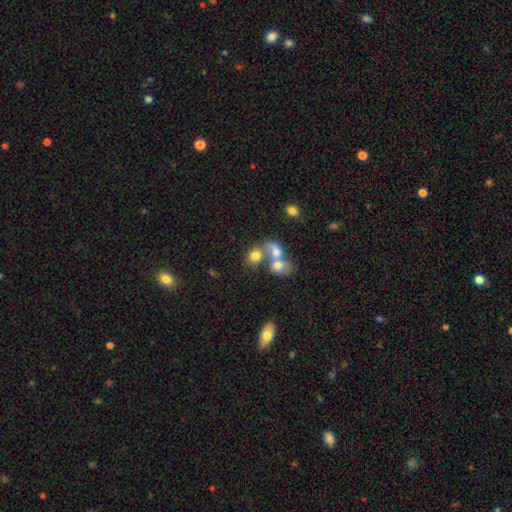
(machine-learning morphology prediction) The model was most divided on "how rounded": round: 59%, in between: 39%, cigar-shaped: 1%. More confident: smooth or featured — smooth (71%); merging — merger (59%).